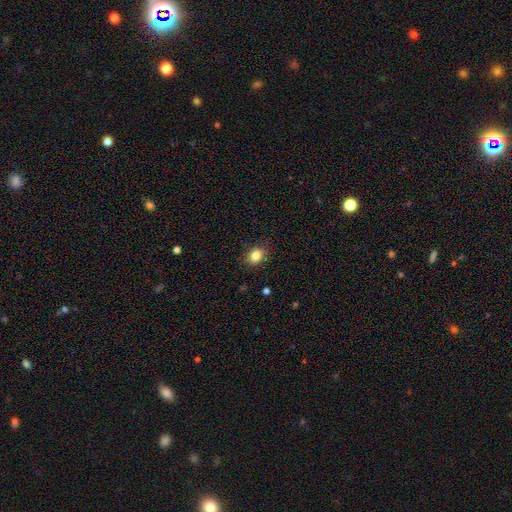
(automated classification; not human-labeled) smooth-or-featured: smooth: 83% | star or artifact: 10% | featured or disk: 7%
  how-rounded: in between: 57% | round: 42% | cigar-shaped: 1%
  merging: none: 85% | minor disturbance: 12% | major disturbance: 3% | merger: 1%